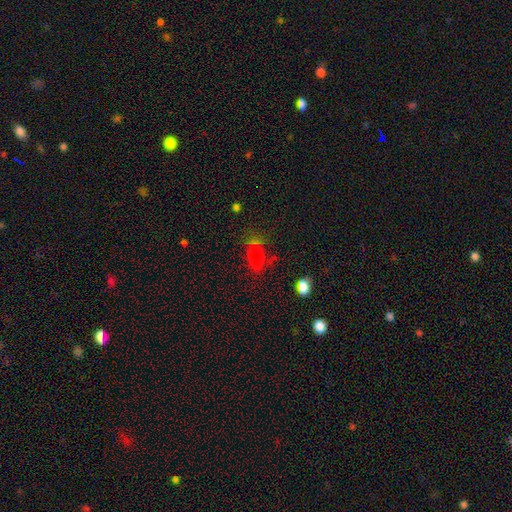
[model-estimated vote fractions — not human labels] The model was most divided on "merging": none: 60%, minor disturbance: 19%, merger: 12%, major disturbance: 10%. More confident: how rounded — in between (75%); smooth or featured — smooth (69%).